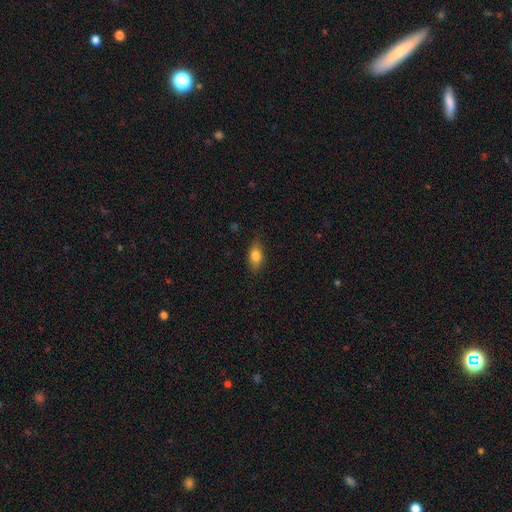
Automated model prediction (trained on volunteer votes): Q: Smooth or featured?
A: smooth (79%); runner-up: featured or disk (13%)
Q: How rounded?
A: in between (83%); runner-up: cigar-shaped (9%)
Q: Merging?
A: none (81%); runner-up: minor disturbance (15%)